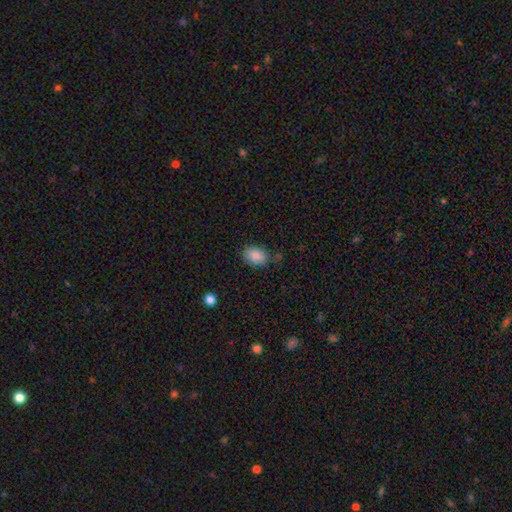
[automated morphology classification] smooth_or_featured: smooth (p=0.86) [alt: star or artifact p=0.08]
how_rounded: in between (p=0.75) [alt: round p=0.24]
merging: none (p=0.76) [alt: minor disturbance p=0.17]